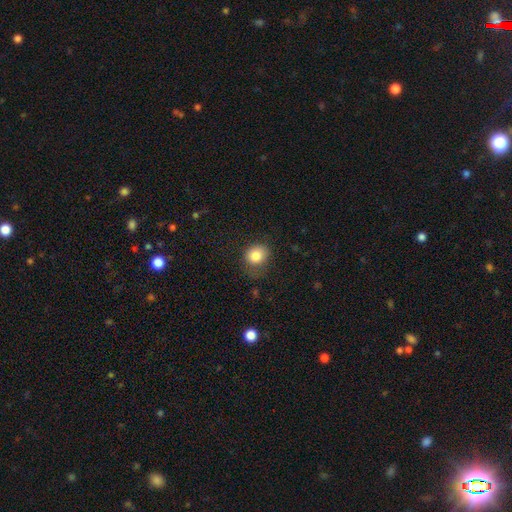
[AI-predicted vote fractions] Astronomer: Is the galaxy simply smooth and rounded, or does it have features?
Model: smooth — 82%.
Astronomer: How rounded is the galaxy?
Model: round — 71%.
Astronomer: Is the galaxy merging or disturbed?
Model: none — 65%.